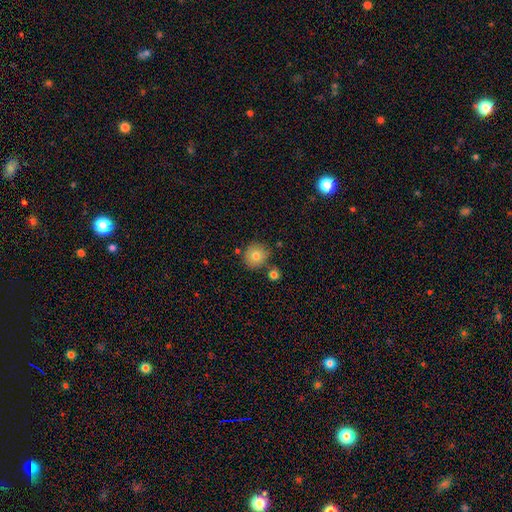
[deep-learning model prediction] Smooth or featured? Predicted: smooth (p=0.77). How rounded? Predicted: round (p=0.92). Merging? Predicted: none (p=0.80).